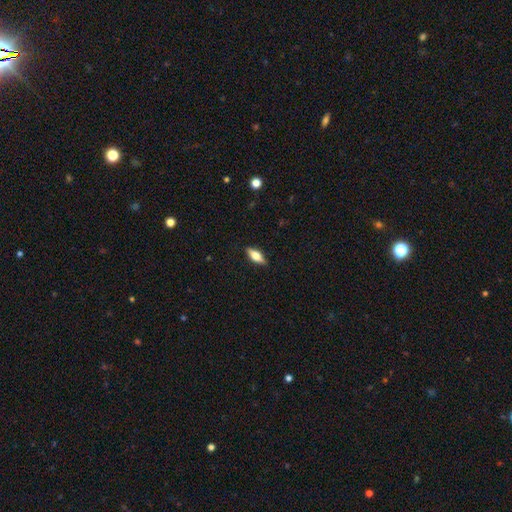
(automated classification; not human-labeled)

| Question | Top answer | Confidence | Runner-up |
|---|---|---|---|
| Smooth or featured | smooth | 53% | featured or disk (40%) |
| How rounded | in between | 68% | cigar-shaped (29%) |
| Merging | none | 88% | minor disturbance (9%) |